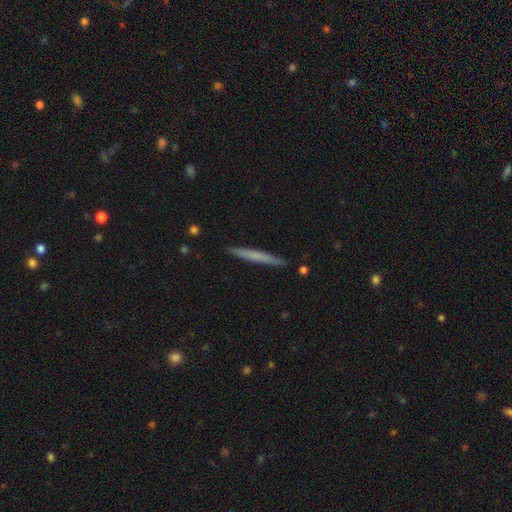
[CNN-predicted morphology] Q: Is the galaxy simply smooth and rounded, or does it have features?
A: smooth — 61%.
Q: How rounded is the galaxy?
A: cigar-shaped — 97%.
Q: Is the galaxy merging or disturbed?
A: none — 91%.